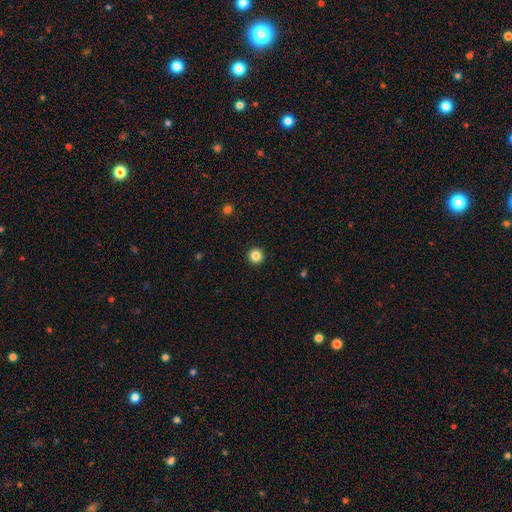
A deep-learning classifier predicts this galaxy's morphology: Smooth or featured? smooth (84%)
How rounded? round (96%)
Merging? none (94%)